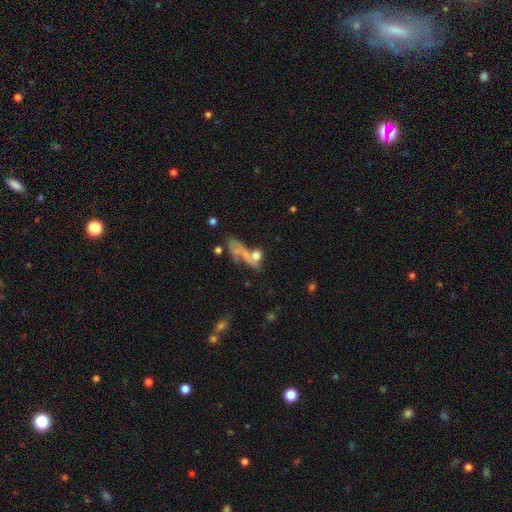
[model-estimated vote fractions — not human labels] Overall: smooth (60%; featured or disk 26%). How rounded: in between (45%; round 37%). Merging: merger (39%; none 30%).